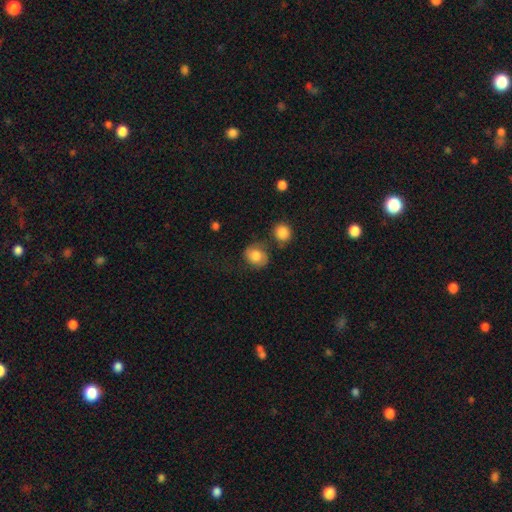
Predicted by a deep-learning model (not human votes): Overall: smooth (75%). How rounded: round (60%; in between 38%). Merging: none (62%).